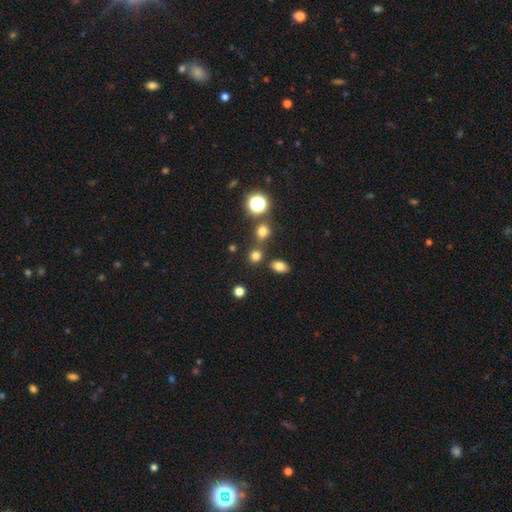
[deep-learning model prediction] smooth-or-featured: smooth: 74% | star or artifact: 20% | featured or disk: 6%
  how-rounded: round: 76% | in between: 23% | cigar-shaped: 1%
  merging: none: 72% | merger: 16% | minor disturbance: 9% | major disturbance: 4%